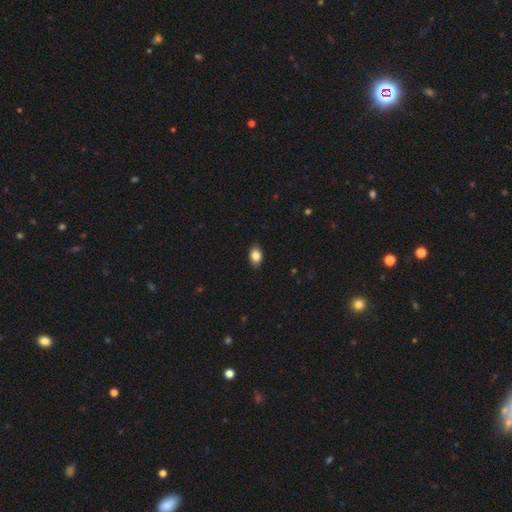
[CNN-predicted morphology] A smooth galaxy with no disk features (85%) that is in between round and cigar-shaped (83%). Merging: none (86%).